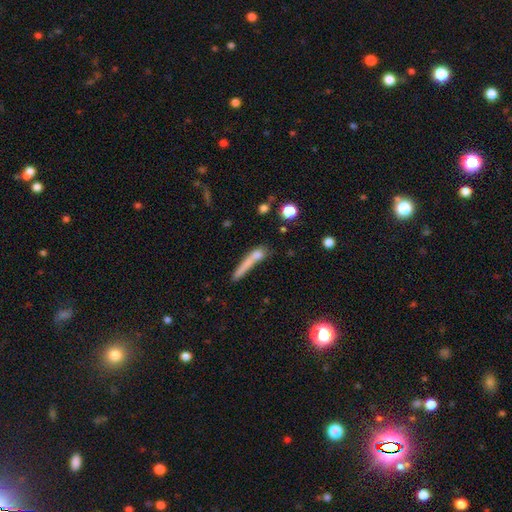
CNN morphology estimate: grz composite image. It shows a smooth galaxy with no disk features (65%) that is cigar-shaped (88%). Merging: none (53%).